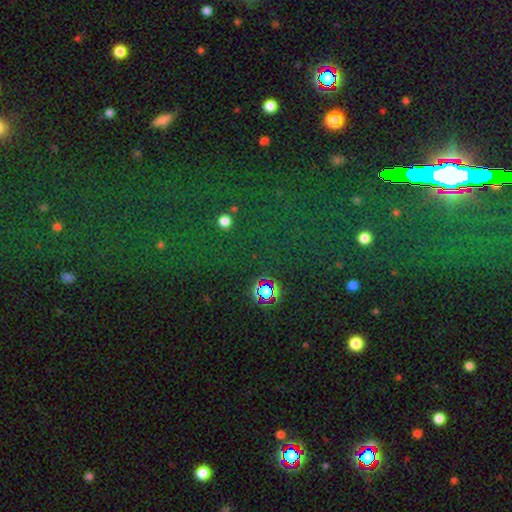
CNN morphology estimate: Smooth or featured? star or artifact (72%)